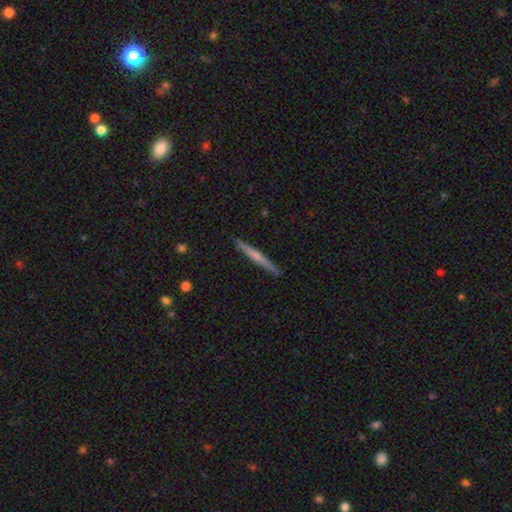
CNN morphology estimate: featured or disk 51%, smooth 43%, star or artifact 6%. Down the decision tree: edge-on disk — yes (98%); merging — none (92%).